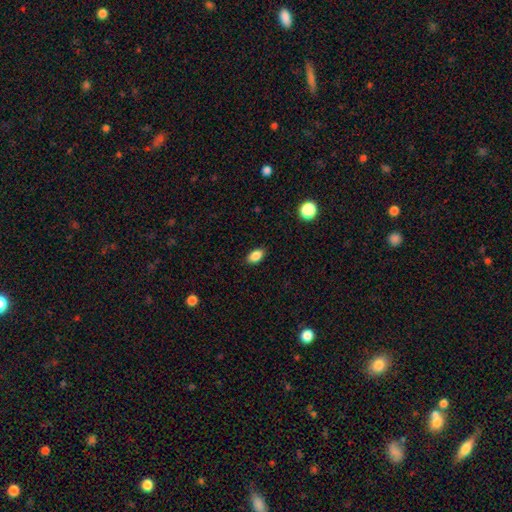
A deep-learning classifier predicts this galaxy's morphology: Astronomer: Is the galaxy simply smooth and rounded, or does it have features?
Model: smooth — 87%.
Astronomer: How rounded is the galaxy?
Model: in between — 89%.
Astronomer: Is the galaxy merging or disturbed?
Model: none — 88%.